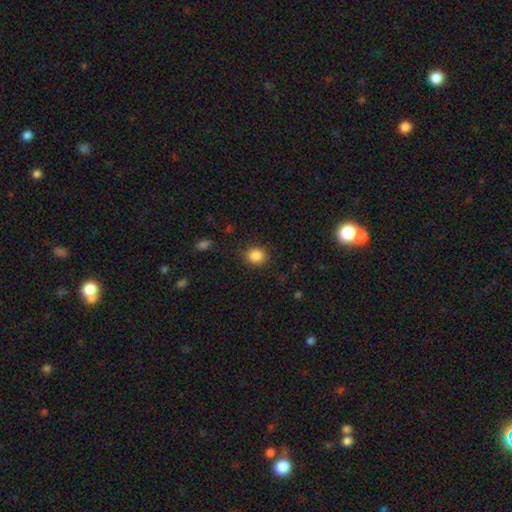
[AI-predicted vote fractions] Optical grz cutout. It shows a smooth galaxy with no disk features (86%) that is round (75%). Merging: none (86%).